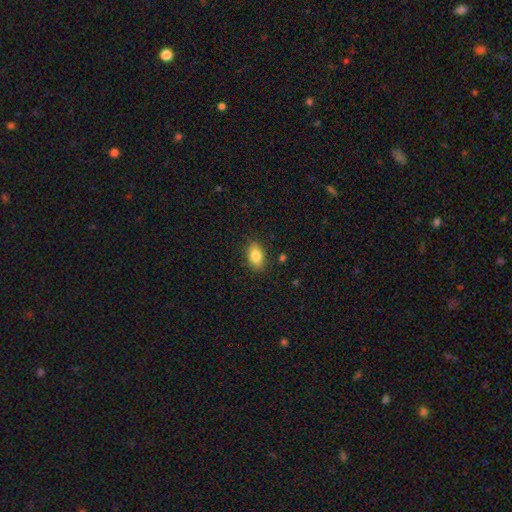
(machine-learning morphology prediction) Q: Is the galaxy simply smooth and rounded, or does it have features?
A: smooth — 83%.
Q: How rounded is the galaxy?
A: in between — 87%.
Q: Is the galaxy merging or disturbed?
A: none — 86%.